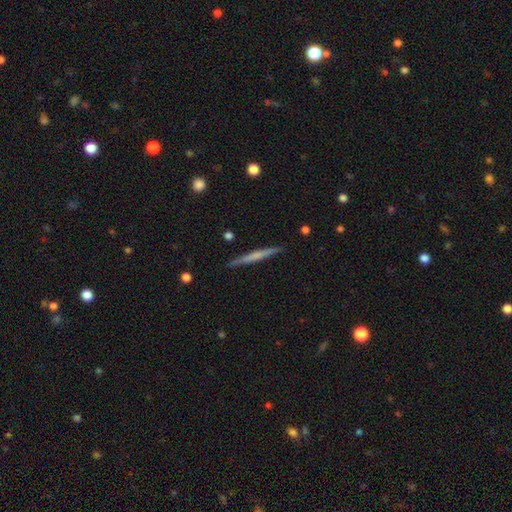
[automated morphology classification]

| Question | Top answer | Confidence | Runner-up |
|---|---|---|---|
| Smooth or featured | smooth | 47% | tied: featured or disk (47%) |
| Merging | none | 90% | minor disturbance (7%) |